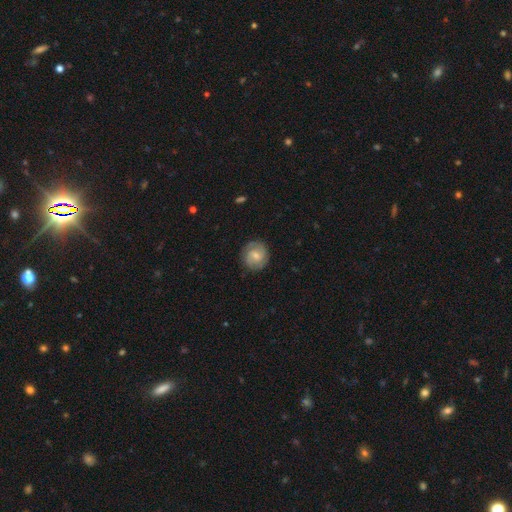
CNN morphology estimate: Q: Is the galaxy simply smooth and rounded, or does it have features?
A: featured or disk — 60%.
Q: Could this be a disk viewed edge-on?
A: no — 98%.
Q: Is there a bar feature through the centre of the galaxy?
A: weak — 51%.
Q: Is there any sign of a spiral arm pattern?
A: yes — 89%.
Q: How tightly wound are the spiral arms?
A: tight — 47%.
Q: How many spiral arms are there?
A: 2 — 74%.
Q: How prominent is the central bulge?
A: small — 49%.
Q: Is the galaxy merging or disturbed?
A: none — 84%.